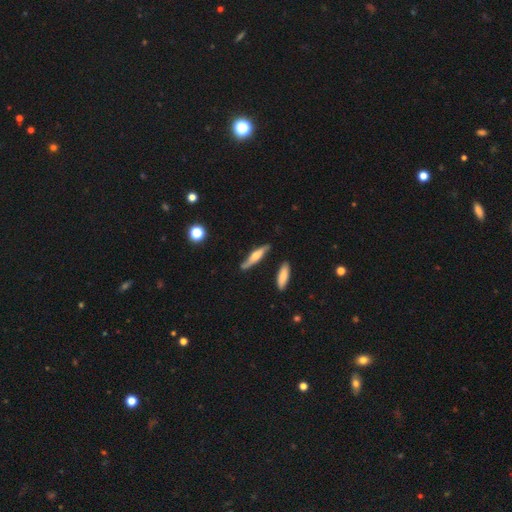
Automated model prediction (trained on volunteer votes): Morphology: type=featured or disk (53%); edge-on=yes (80%); merging=none (76%).